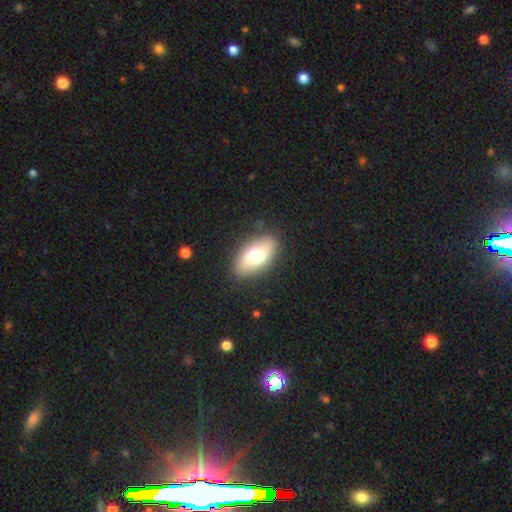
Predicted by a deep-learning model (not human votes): Morphology: type=smooth (68%); roundness=in between (90%); merging=none (87%).